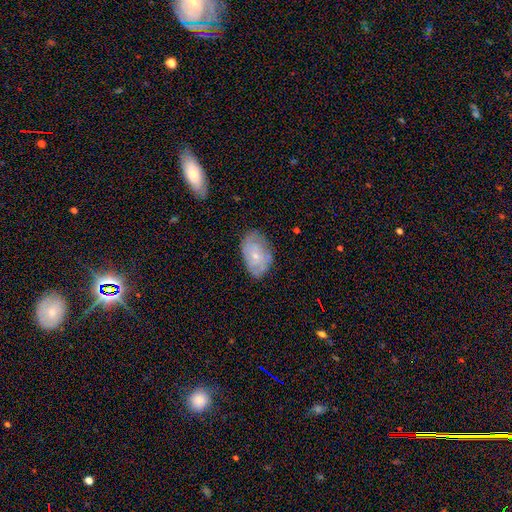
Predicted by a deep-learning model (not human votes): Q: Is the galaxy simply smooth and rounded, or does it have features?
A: featured or disk — 53%.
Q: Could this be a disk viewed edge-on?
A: no — 95%.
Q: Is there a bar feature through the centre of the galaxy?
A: no — 81%.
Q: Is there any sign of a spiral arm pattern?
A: yes — 66%.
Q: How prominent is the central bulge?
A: small — 72%.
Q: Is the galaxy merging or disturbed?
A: none — 71%.